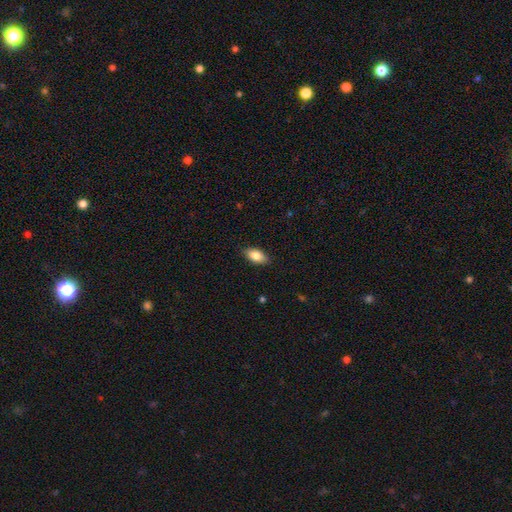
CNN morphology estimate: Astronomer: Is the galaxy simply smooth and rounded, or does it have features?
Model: smooth — 84%.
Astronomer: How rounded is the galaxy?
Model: in between — 91%.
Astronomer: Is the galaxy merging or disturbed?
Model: none — 86%.